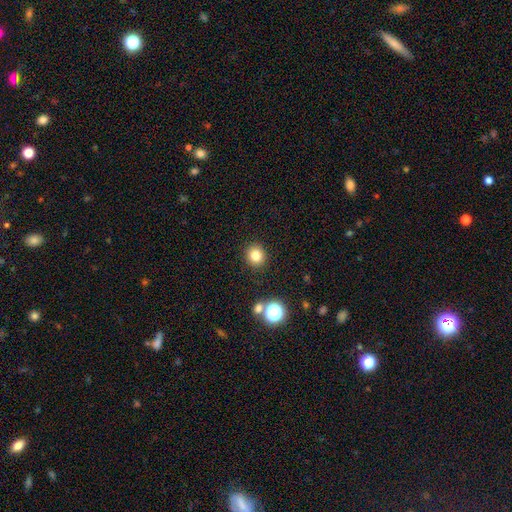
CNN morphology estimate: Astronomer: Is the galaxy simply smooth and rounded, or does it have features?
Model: smooth — 81%.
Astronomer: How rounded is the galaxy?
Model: round — 88%.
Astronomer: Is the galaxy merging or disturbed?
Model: none — 89%.